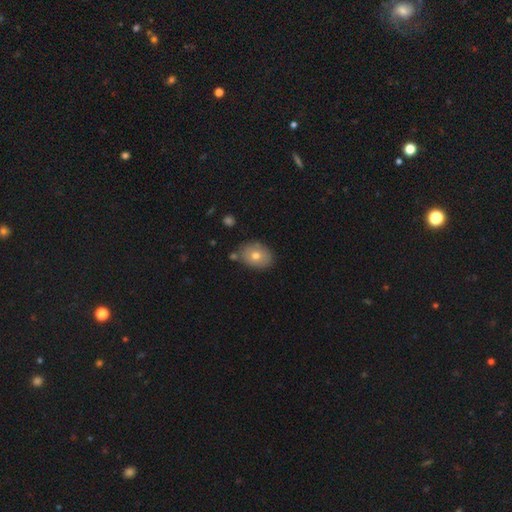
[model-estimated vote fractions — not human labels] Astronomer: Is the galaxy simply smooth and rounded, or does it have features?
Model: smooth — 73%.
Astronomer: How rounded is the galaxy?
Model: in between — 68%.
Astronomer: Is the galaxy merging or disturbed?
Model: none — 77%.